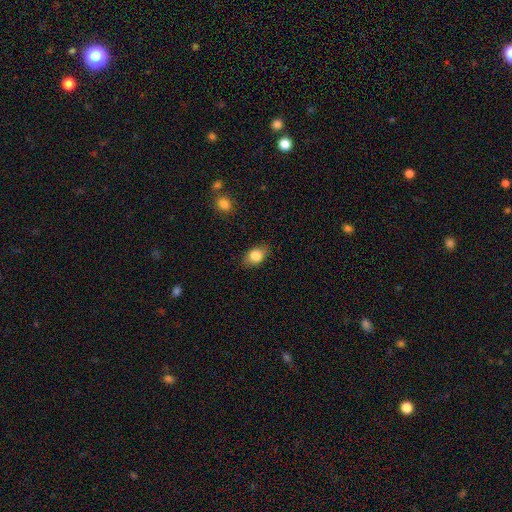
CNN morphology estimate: smooth-or-featured: smooth: 82% | featured or disk: 10% | star or artifact: 8%
  how-rounded: in between: 77% | round: 21% | cigar-shaped: 2%
  merging: none: 83% | minor disturbance: 13% | major disturbance: 3% | merger: 1%